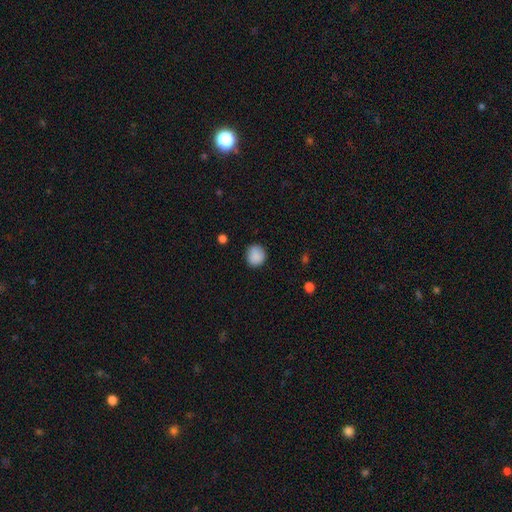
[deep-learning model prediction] Smooth or featured? Predicted: smooth (p=0.87). How rounded? Predicted: round (p=0.84). Merging? Predicted: none (p=0.83).